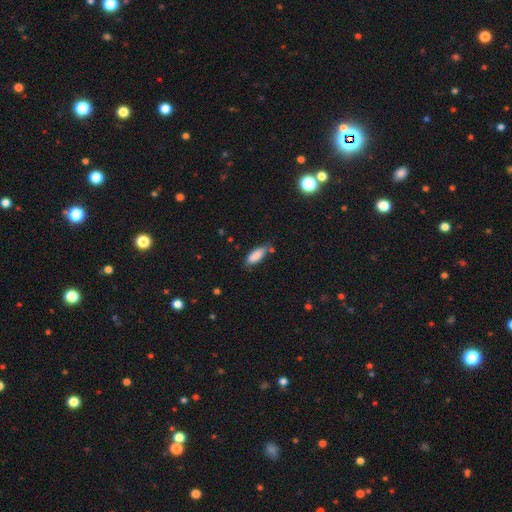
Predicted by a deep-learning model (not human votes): smooth-or-featured: smooth: 87% | star or artifact: 7% | featured or disk: 7%
  how-rounded: in between: 72% | cigar-shaped: 26% | round: 2%
  merging: none: 67% | minor disturbance: 24% | merger: 5% | major disturbance: 4%